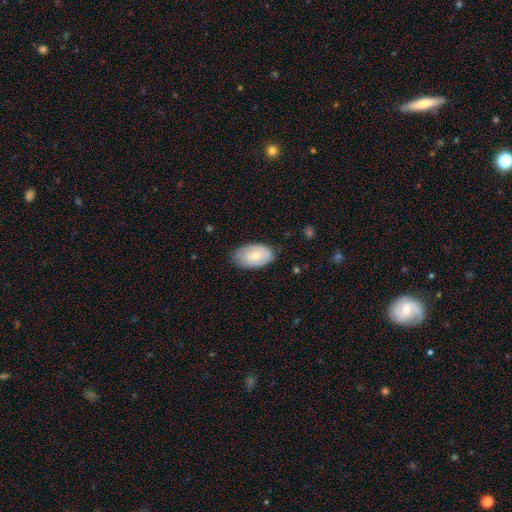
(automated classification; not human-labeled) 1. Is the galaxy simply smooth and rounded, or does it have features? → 59% smooth, 35% featured or disk, 6% star or artifact.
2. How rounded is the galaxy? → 93% in between, 5% round, 1% cigar-shaped.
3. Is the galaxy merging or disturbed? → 75% none, 20% minor disturbance, 4% major disturbance, 1% merger.